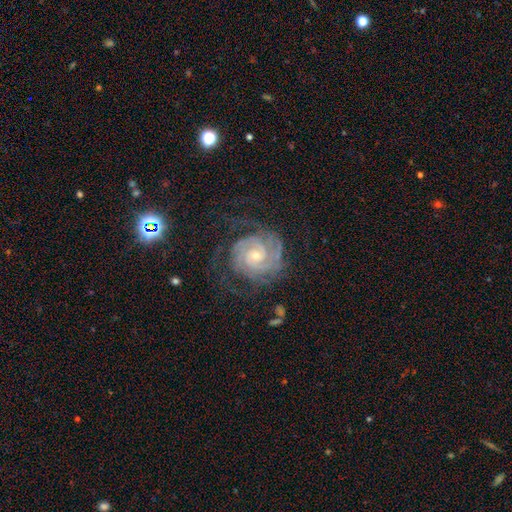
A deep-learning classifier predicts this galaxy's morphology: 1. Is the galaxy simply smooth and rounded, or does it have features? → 89% featured or disk, 6% star or artifact, 5% smooth.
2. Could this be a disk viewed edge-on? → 98% no, 2% yes.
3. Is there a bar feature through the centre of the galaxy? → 65% no, 28% weak, 8% strong.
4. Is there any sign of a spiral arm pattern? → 98% yes, 2% no.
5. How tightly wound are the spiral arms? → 76% tight, 20% medium, 4% loose.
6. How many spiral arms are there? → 34% 2, 22% 3, 21% can't tell, 10% 4, 6% more than 4, 6% 1.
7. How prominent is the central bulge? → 64% small, 33% moderate, 1% large, 1% none, 1% dominant.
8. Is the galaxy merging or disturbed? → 68% none, 18% minor disturbance, 13% major disturbance, 1% merger.